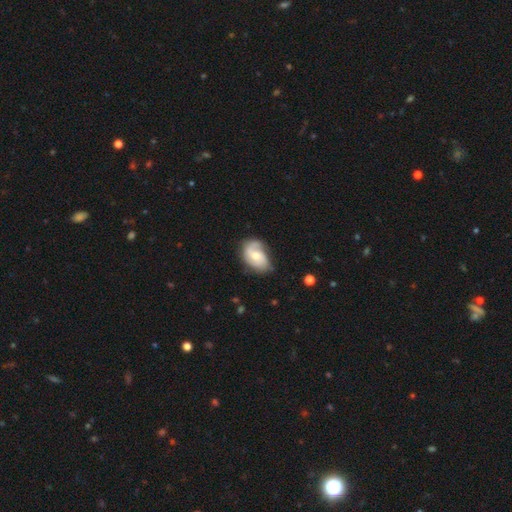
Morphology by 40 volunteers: A featured or disk galaxy (75%) with no bar (72%), 2 (50%) medium (50%) spiral arms (97%) and a moderate central bulge (59%).

Vote fractions:
- Smooth or featured? featured or disk: 75% / smooth: 22% / star or artifact: 2%
- Edge-on disk? no: 97% / yes: 3%
- Bar? no: 72% / weak: 21% / strong: 7%
- Spiral arms? yes: 97% / no: 3%
- Spiral winding? medium: 50% / loose: 32% / tight: 18%
- Spiral arm count? 2: 50% / 1: 25% / can't tell: 14% / 3: 11% / 4: 0% / more than 4: 0%
- Bulge size? moderate: 59% / small: 41% / dominant: 0% / large: 0% / none: 0%
- Merging? none: 49% / minor disturbance: 41% / major disturbance: 10% / merger: 0%